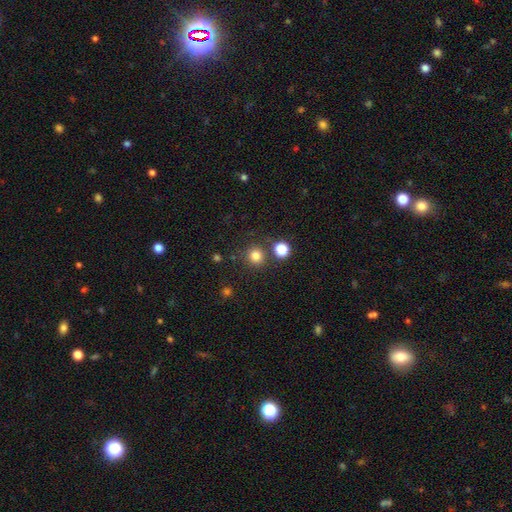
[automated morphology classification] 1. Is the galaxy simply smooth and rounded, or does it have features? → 80% smooth, 15% star or artifact, 5% featured or disk.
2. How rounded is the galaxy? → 93% round, 6% in between, 1% cigar-shaped.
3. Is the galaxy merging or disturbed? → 82% none, 8% merger, 7% minor disturbance, 3% major disturbance.